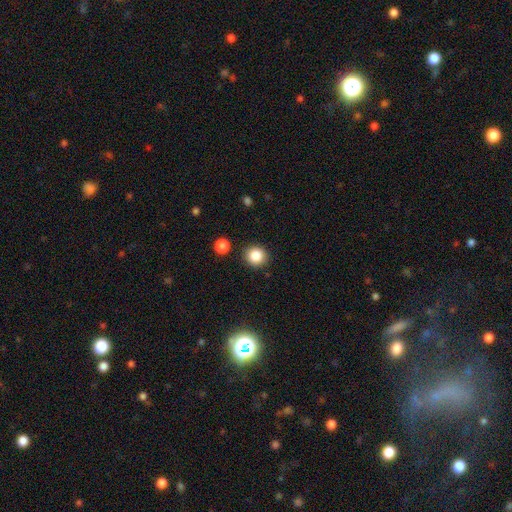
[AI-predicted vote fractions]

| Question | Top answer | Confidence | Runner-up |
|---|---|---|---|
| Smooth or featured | smooth | 86% | star or artifact (10%) |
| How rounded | round | 89% | in between (10%) |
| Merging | none | 89% | minor disturbance (7%) |